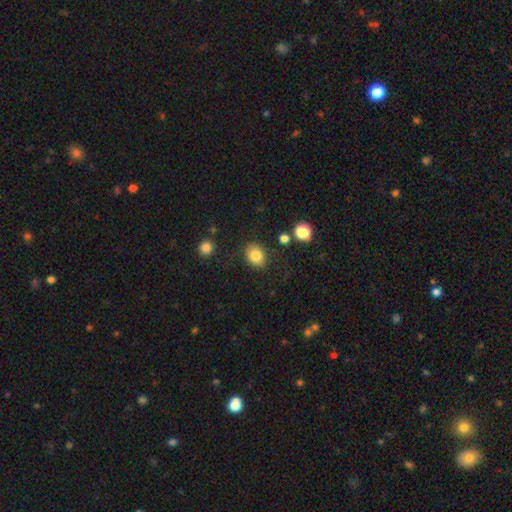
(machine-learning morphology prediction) Q: Smooth or featured?
A: smooth (82%); runner-up: star or artifact (10%)
Q: How rounded?
A: in between (59%); runner-up: round (40%)
Q: Merging?
A: none (82%); runner-up: minor disturbance (12%)